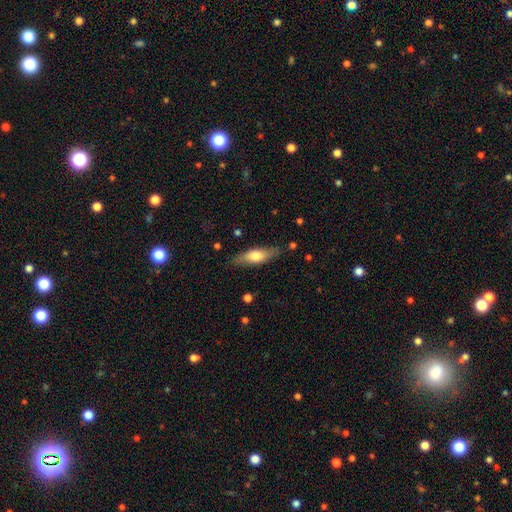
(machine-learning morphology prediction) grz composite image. It shows a smooth galaxy with no disk features (64%) that is in between round and cigar-shaped (53%). Merging: none (82%).